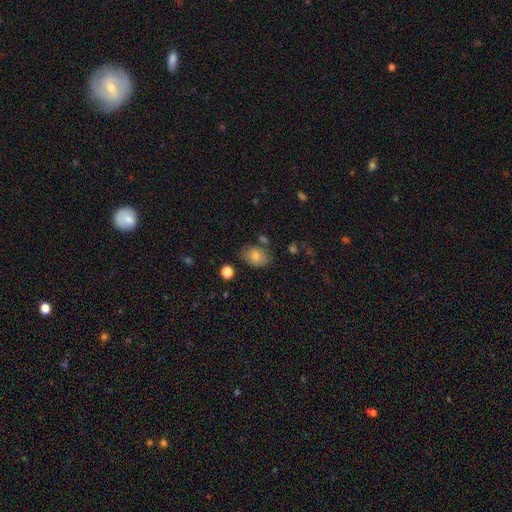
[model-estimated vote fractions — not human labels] A smooth galaxy with no disk features (78%) that is in between round and cigar-shaped (64%).

Vote fractions:
- Smooth or featured? smooth: 78% / featured or disk: 12% / star or artifact: 10%
- How rounded? in between: 64% / round: 35% / cigar-shaped: 1%
- Merging? none: 68% / minor disturbance: 20% / merger: 6% / major disturbance: 5%